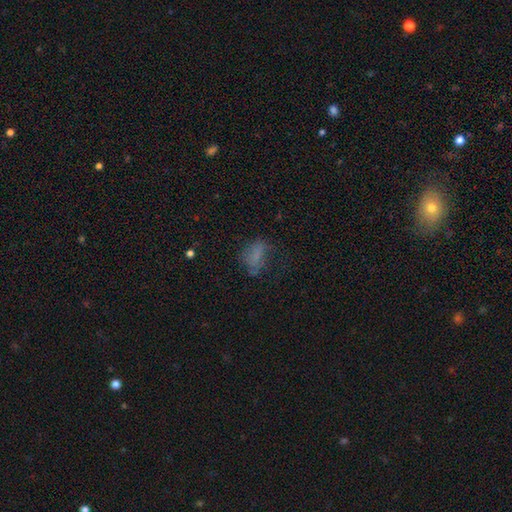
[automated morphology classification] smooth 61%, featured or disk 20%, star or artifact 19%. Down the decision tree: how rounded — in between (80%); merging — none (44%).